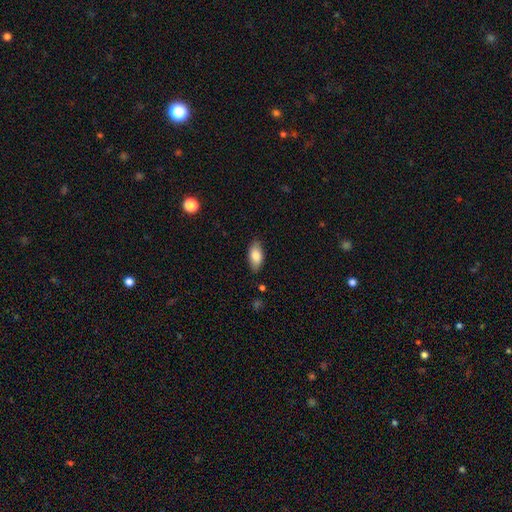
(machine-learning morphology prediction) smooth 82%, featured or disk 11%, star or artifact 7%. Down the decision tree: how rounded — in between (90%); merging — none (82%).